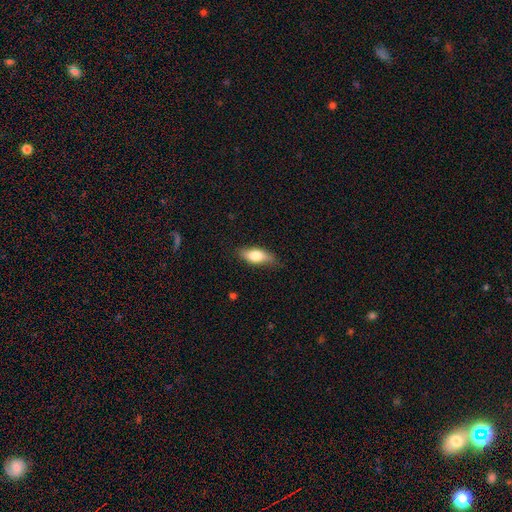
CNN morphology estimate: This appears to be a smooth galaxy with no disk features (74%) that is in between round and cigar-shaped (76%). Merging: none (76%).